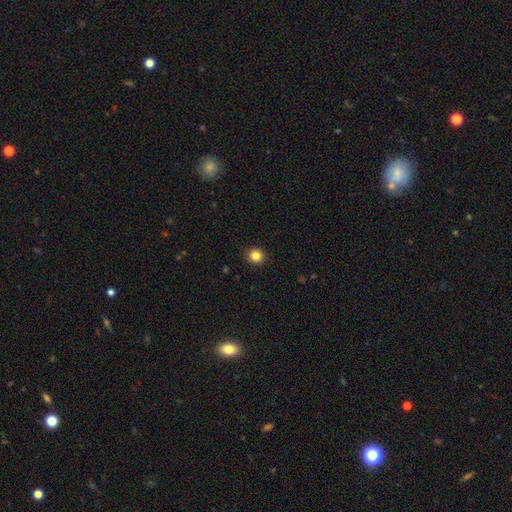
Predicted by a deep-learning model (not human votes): This is clearly a smooth galaxy (84%). How rounded: clearly round (86%). Merging: clearly none (91%).